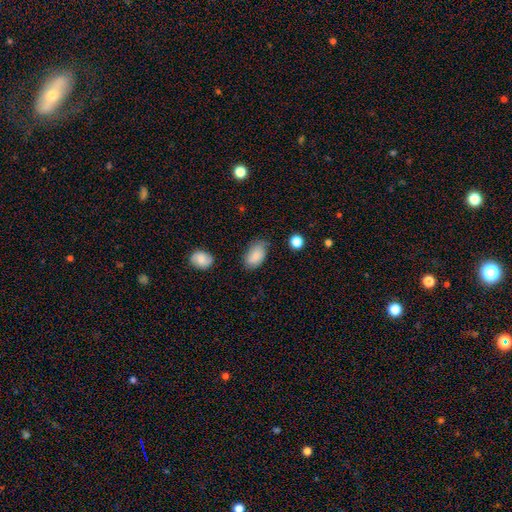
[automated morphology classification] Smooth or featured? Predicted: smooth (p=0.84). How rounded? Predicted: in between (p=0.93). Merging? Predicted: none (p=0.67).